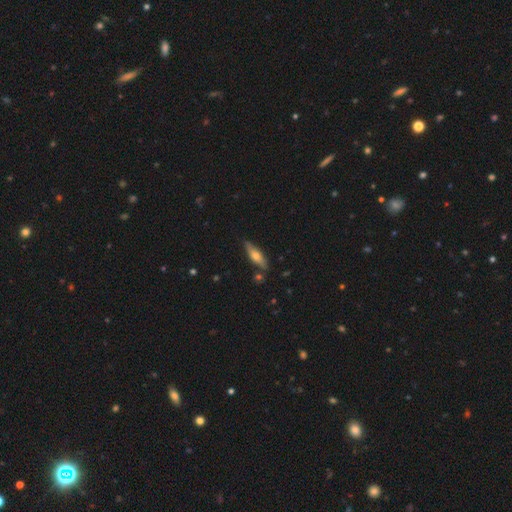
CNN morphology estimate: Overall: smooth (53%; featured or disk 41%). How rounded: cigar-shaped (59%; in between 38%). Merging: none (81%).